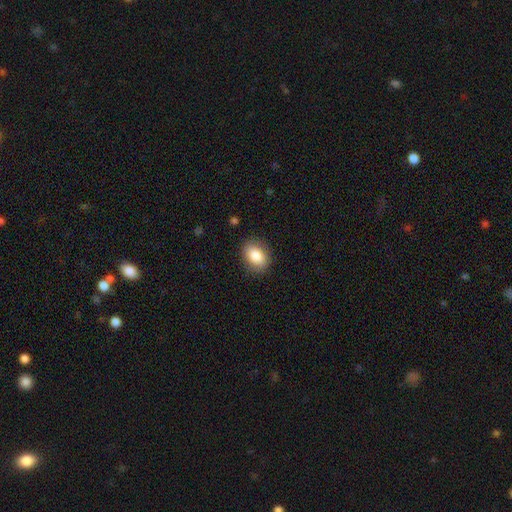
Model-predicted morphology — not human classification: A smooth galaxy with no disk features (85%) that is in between round and cigar-shaped (73%). Merging: none (86%).